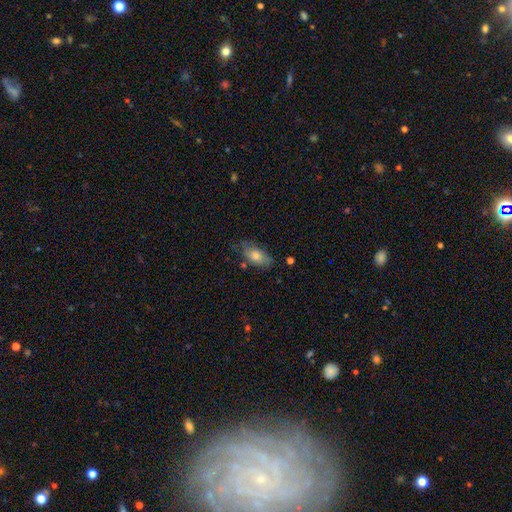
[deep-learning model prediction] smooth_or_featured: smooth (p=0.66) [alt: featured or disk p=0.25]
how_rounded: in between (p=0.85) [alt: cigar-shaped p=0.10]
merging: none (p=0.66) [alt: minor disturbance p=0.24]